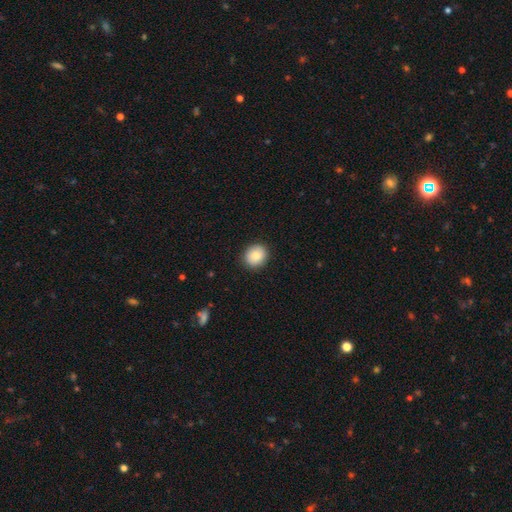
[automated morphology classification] Smooth or featured: smooth — 85% (star or artifact — 8%)
How rounded: round — 75% (in between — 24%)
Merging: none — 90% (minor disturbance — 7%)